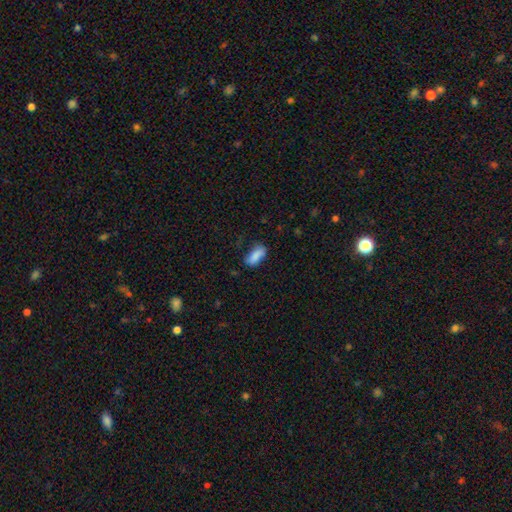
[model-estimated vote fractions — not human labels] Overall: smooth (82%). How rounded: in between (79%). Merging: none (60%; minor disturbance 28%).